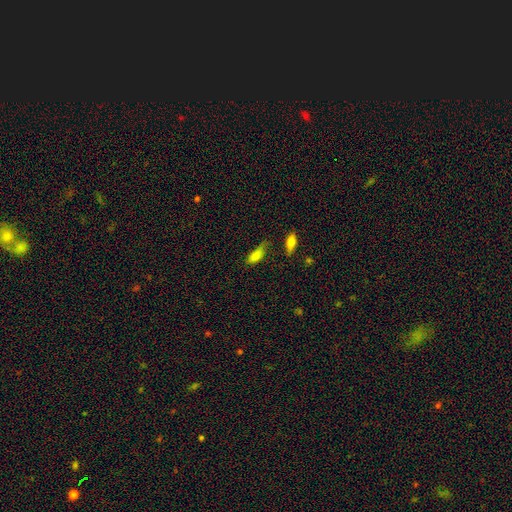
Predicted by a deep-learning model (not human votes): Smooth or featured?
  - smooth: 79% *
  - featured or disk: 11%
  - star or artifact: 10%
How rounded?
  - in between: 74% *
  - cigar-shaped: 23%
  - round: 4%
Merging?
  - none: 45% *
  - minor disturbance: 33%
  - major disturbance: 15%
  - merger: 8%